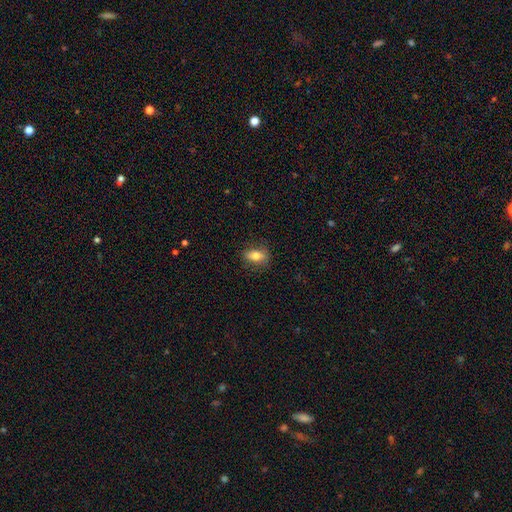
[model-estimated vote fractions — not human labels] This is likely a smooth galaxy (73%). How rounded: likely in between (80%). Merging: likely none (78%).